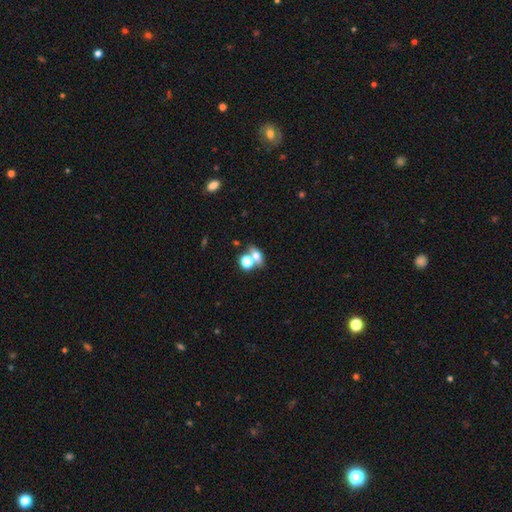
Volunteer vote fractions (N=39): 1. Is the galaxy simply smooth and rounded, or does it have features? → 74% smooth, 23% featured or disk, 3% star or artifact.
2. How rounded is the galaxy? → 55% in between, 31% round, 14% cigar-shaped.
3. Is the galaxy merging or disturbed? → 45% merger, 39% none, 16% minor disturbance, 0% major disturbance.